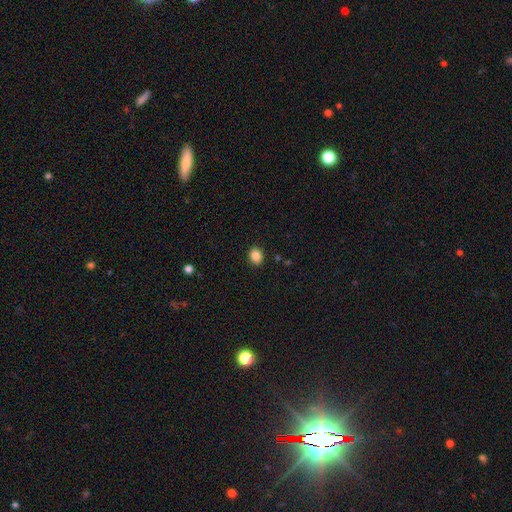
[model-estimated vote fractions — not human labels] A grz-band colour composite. It shows a smooth galaxy with no disk features (86%) that is round (57%). Merging: none (89%).